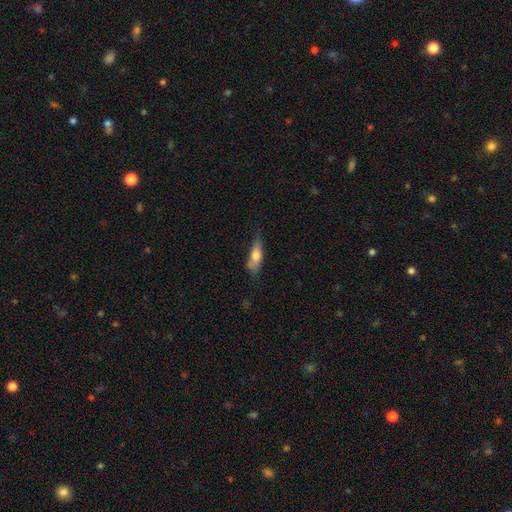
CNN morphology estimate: Q: Smooth or featured?
A: smooth (68%); runner-up: featured or disk (26%)
Q: How rounded?
A: in between (57%); runner-up: cigar-shaped (40%)
Q: Merging?
A: none (54%); runner-up: minor disturbance (32%)